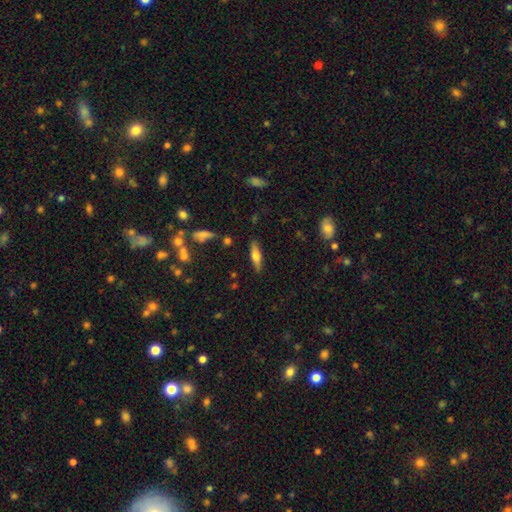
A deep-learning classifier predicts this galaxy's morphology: smooth_or_featured: smooth (p=0.55) [alt: featured or disk p=0.38]
how_rounded: cigar-shaped (p=0.64) [alt: in between p=0.34]
merging: none (p=0.85) [alt: minor disturbance p=0.10]